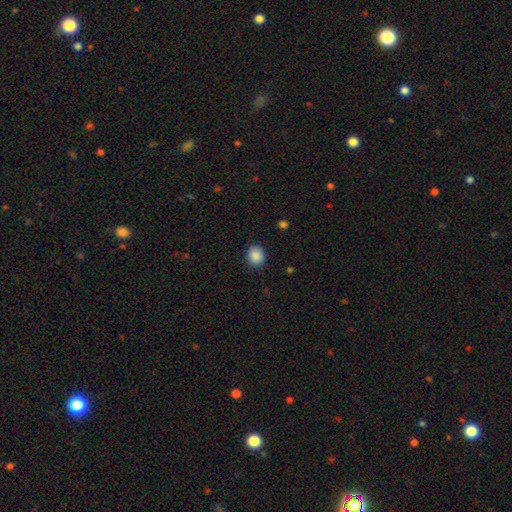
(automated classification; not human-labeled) smooth 88%, star or artifact 9%, featured or disk 3%. Down the decision tree: how rounded — round (75%); merging — none (88%).